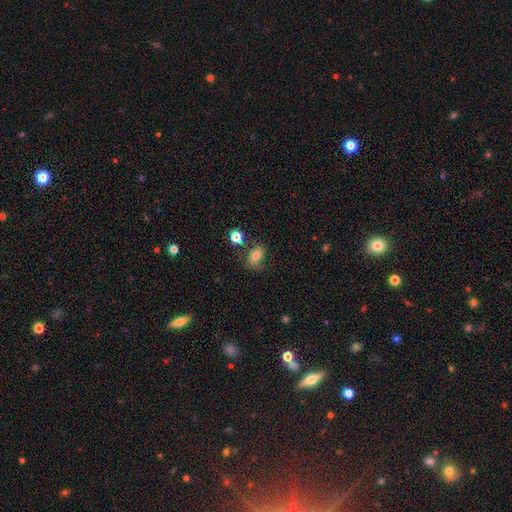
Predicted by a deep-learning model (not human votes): A smooth galaxy with no disk features (71%) that is in between round and cigar-shaped (75%).

Vote fractions:
- Smooth or featured? smooth: 71% / featured or disk: 18% / star or artifact: 11%
- How rounded? in between: 75% / round: 24% / cigar-shaped: 2%
- Merging? none: 62% / minor disturbance: 21% / merger: 9% / major disturbance: 8%